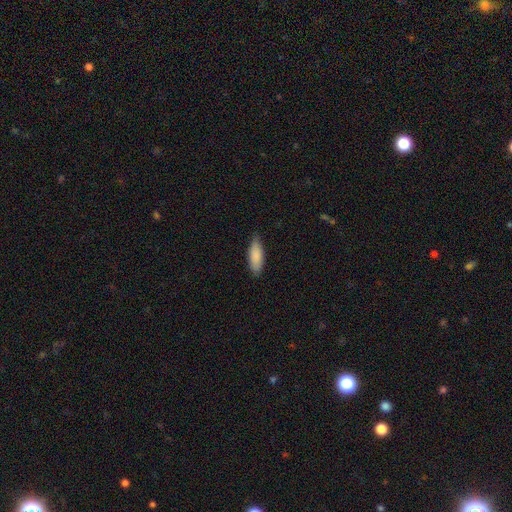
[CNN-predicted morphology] The model was most divided on "how rounded": in between: 68%, cigar-shaped: 30%, round: 2%. More confident: smooth or featured — smooth (87%); merging — none (80%).